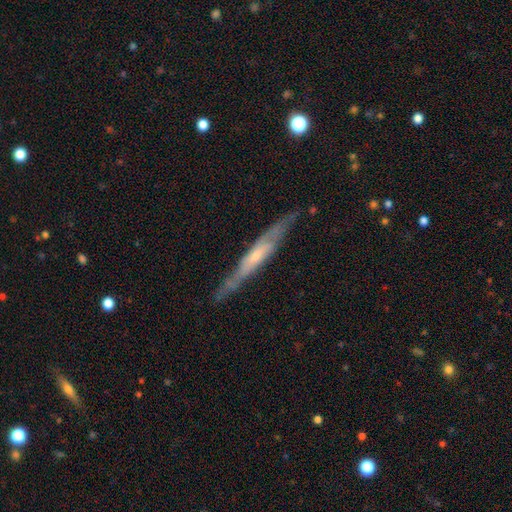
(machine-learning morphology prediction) This appears to be a featured or disk galaxy (70%) viewed edge-on (80%) with no central bulge (49%). Merging: none (77%).